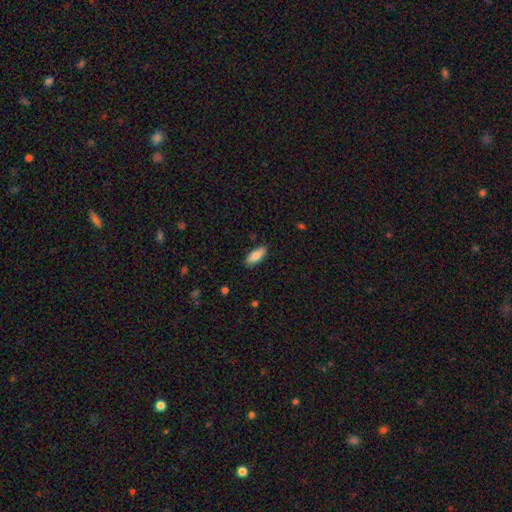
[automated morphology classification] Smooth or featured?
  - smooth: 83% *
  - featured or disk: 10%
  - star or artifact: 6%
How rounded?
  - in between: 79% *
  - cigar-shaped: 20%
  - round: 2%
Merging?
  - none: 86% *
  - minor disturbance: 11%
  - major disturbance: 2%
  - merger: 1%